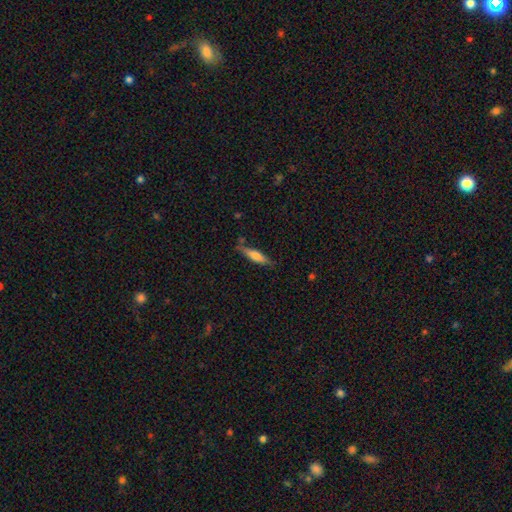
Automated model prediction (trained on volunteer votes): This appears to be a smooth galaxy with no disk features (58%) that is cigar-shaped (78%). Merging: none (78%).